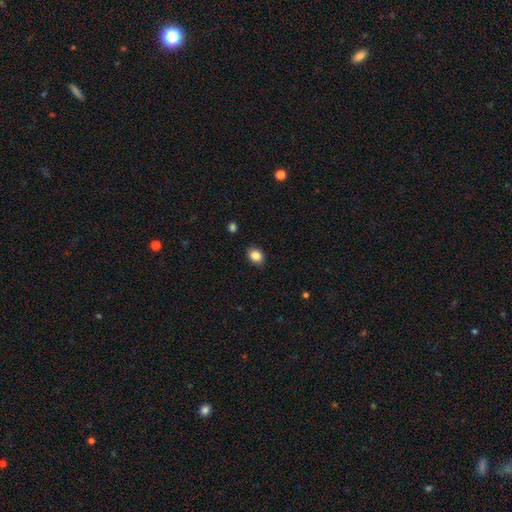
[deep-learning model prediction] smooth 85%, star or artifact 10%, featured or disk 5%. Down the decision tree: how rounded — in between (57%); merging — none (87%).